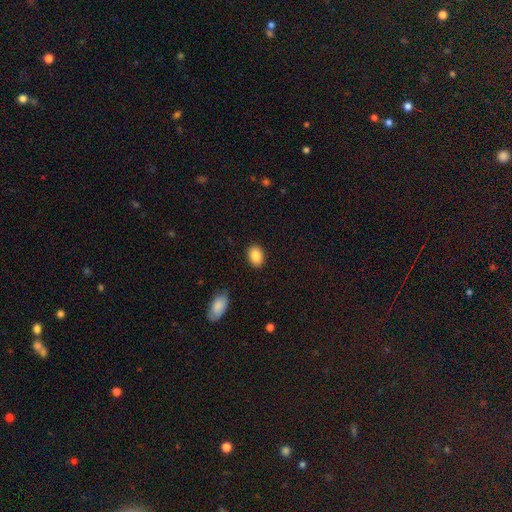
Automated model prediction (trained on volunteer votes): Morphology: type=smooth (88%); roundness=in between (80%); merging=none (88%).